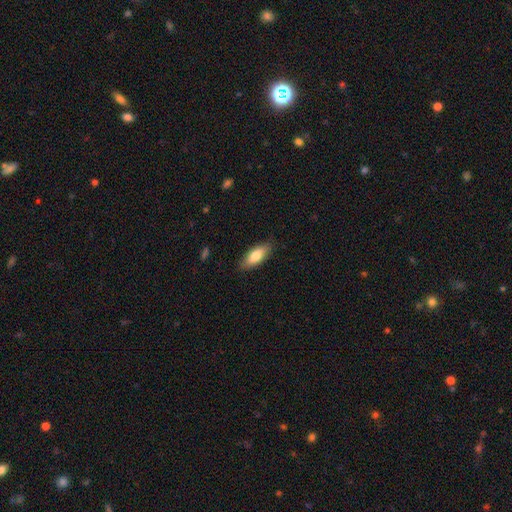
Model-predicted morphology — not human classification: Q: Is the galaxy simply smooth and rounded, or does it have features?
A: smooth — 77%.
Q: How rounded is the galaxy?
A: in between — 75%.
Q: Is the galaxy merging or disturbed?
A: none — 86%.